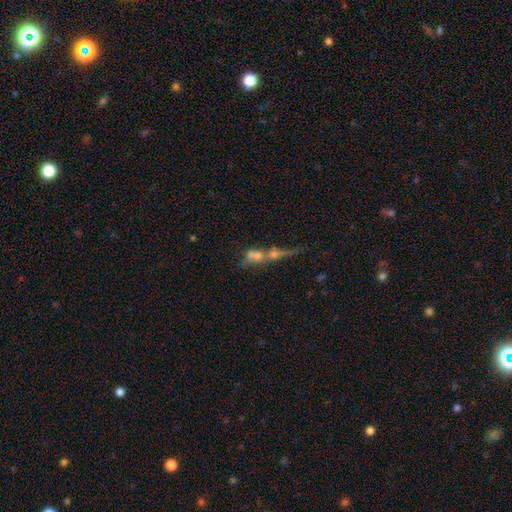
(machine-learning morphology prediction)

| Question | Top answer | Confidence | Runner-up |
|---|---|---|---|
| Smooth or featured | featured or disk | 48% | smooth (34%) |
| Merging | merger | 56% | none (25%) |